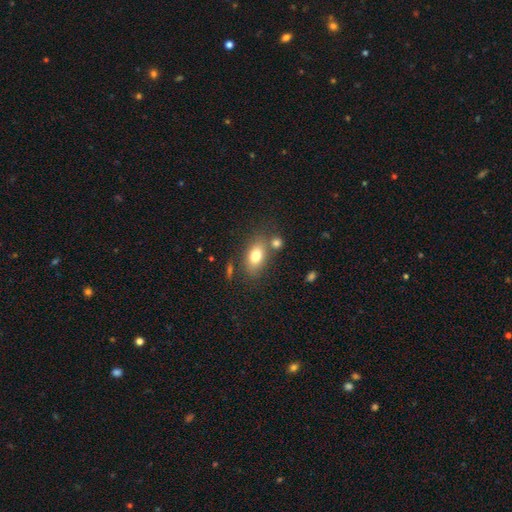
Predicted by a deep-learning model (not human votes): This is likely a smooth galaxy (76%). How rounded: clearly in between (84%). Merging: likely none (66%).